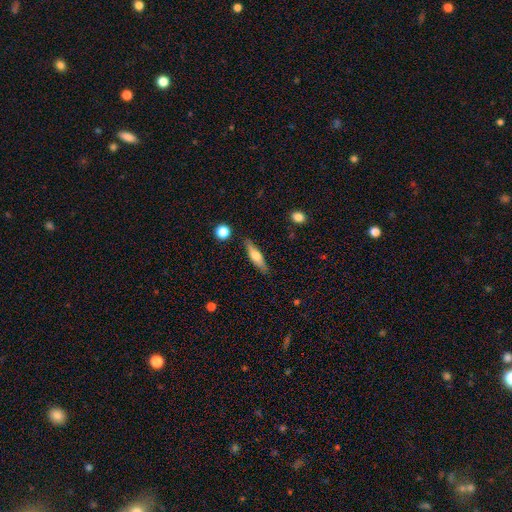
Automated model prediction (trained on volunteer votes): Smooth or featured? Predicted: smooth (p=0.48). Merging? Predicted: none (p=0.85).